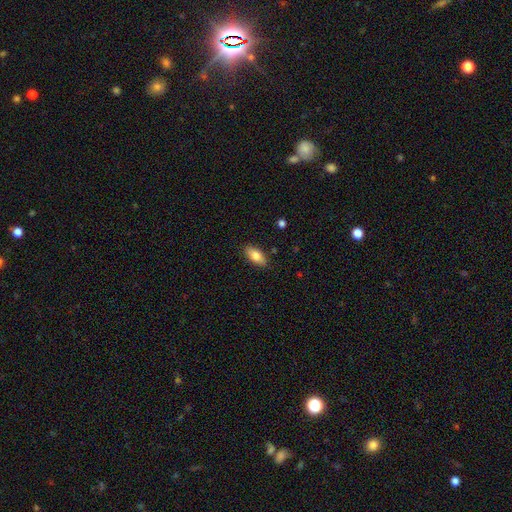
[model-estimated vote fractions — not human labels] Morphology: type=smooth (81%); roundness=in between (88%); merging=none (87%).